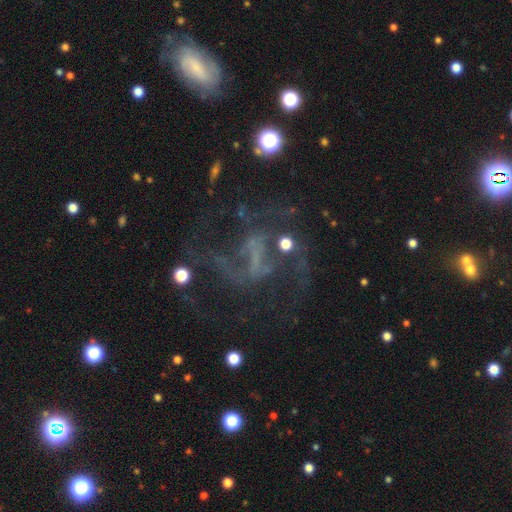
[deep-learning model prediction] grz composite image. It shows a featured or disk galaxy (69%) with a weak bar (35%), spiral arms (74%) and no central bulge (56%). Merging: none (51%).